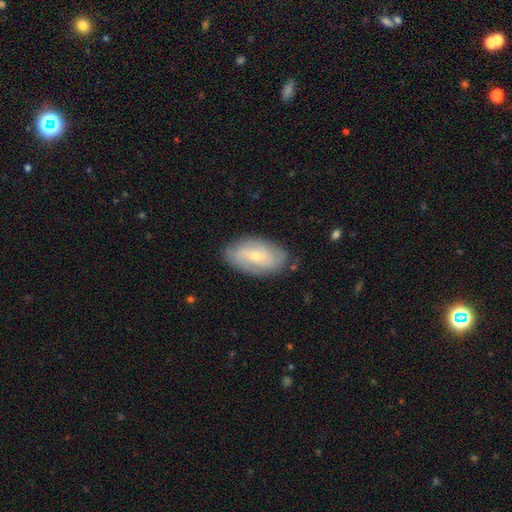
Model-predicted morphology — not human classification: smooth-or-featured: featured or disk: 55% | smooth: 38% | star or artifact: 7%
  disk-edge-on: no: 92% | yes: 8%
    bar: no: 50% | weak: 38% | strong: 13%
    has-spiral-arms: yes: 72% | no: 28%
    bulge-size: small: 67% | moderate: 30% | none: 1% | large: 1% | dominant: 1%
  merging: none: 80% | minor disturbance: 16% | major disturbance: 3% | merger: 1%